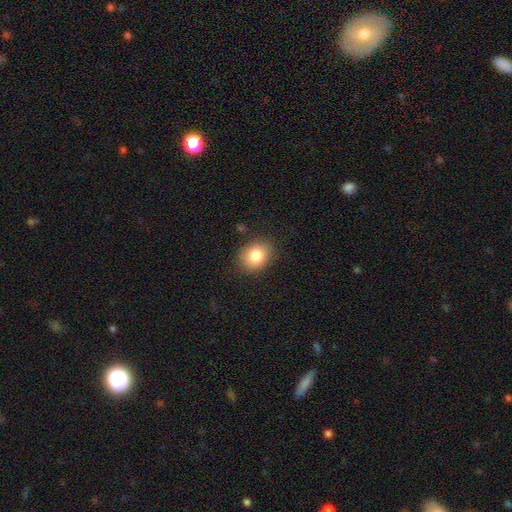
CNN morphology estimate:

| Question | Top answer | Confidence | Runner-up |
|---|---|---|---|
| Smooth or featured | smooth | 83% | star or artifact (9%) |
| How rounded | in between | 52% | round (47%) |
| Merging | none | 85% | minor disturbance (11%) |